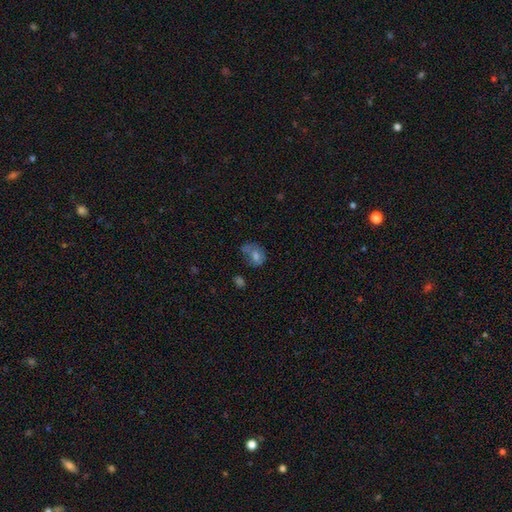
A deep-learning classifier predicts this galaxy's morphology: Smooth or featured: smooth — 47% (featured or disk — 32%)
Merging: none — 43% (minor disturbance — 26%)